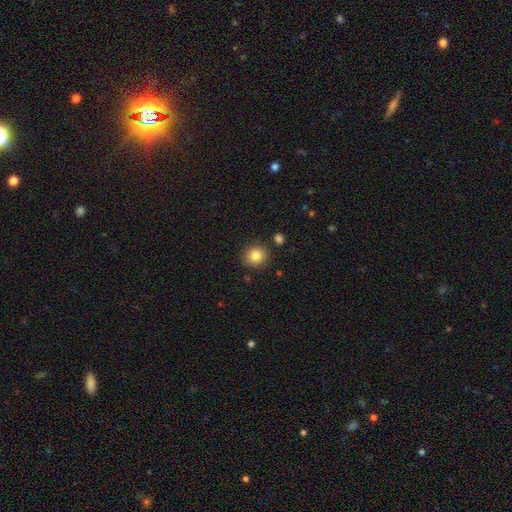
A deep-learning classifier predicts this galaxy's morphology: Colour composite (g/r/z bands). It shows a smooth galaxy with no disk features (85%) that is round (88%). Merging: none (87%).